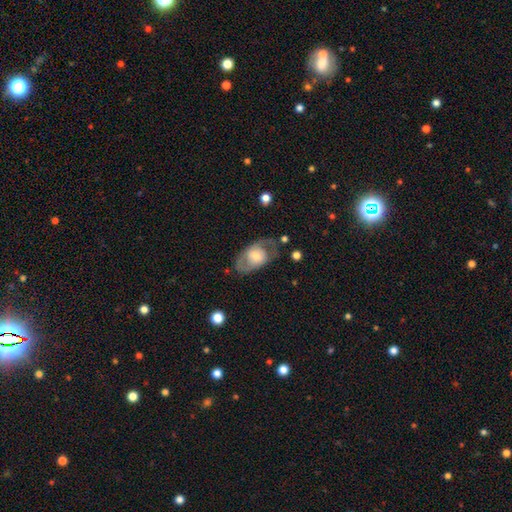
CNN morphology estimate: Smooth or featured?
  - featured or disk: 56% *
  - smooth: 37%
  - star or artifact: 6%
Edge-on disk?
  - no: 91% *
  - yes: 9%
Bar?
  - no: 68% *
  - weak: 25%
  - strong: 7%
Spiral arms?
  - yes: 55% *
  - no: 45%
Bulge size?
  - moderate: 49% *
  - small: 26%
  - large: 20%
  - dominant: 3%
  - none: 2%
Merging?
  - none: 63% *
  - minor disturbance: 20%
  - major disturbance: 15%
  - merger: 2%